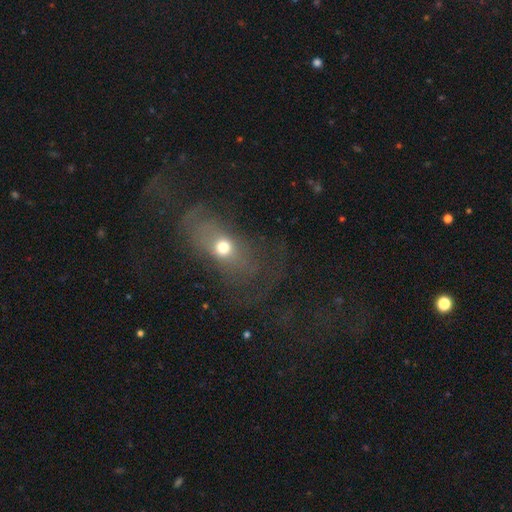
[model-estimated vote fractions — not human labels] A featured or disk galaxy (44%).

Vote fractions:
- Smooth or featured? featured or disk: 44% / smooth: 37% / star or artifact: 19%
- Merging? none: 46% / major disturbance: 33% / minor disturbance: 18% / merger: 3%